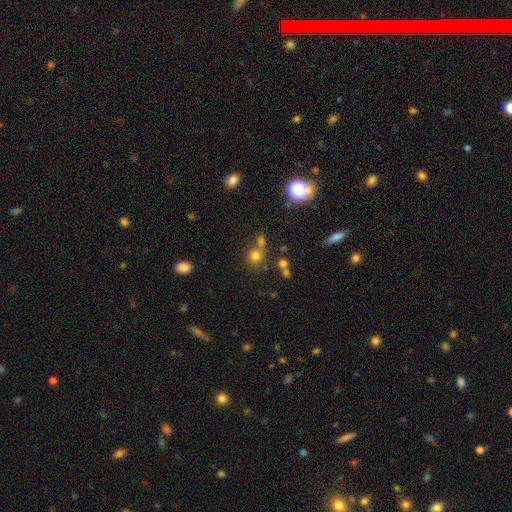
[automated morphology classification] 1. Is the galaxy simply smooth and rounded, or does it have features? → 71% smooth, 20% star or artifact, 9% featured or disk.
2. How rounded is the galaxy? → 88% round, 11% in between, 1% cigar-shaped.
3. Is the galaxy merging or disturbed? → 60% none, 26% merger, 9% minor disturbance, 4% major disturbance.